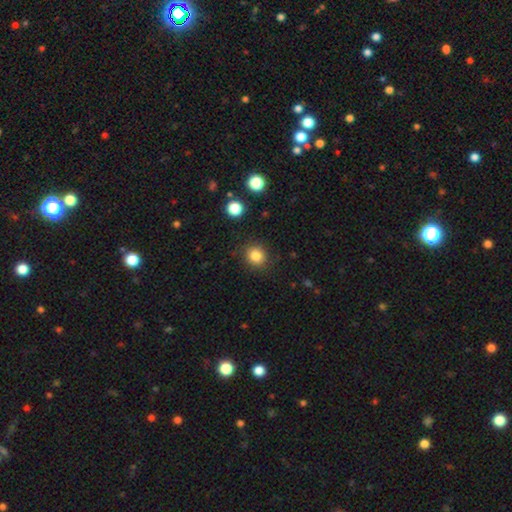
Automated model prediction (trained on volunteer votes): The model was most divided on "how rounded": round: 85%, in between: 14%, cigar-shaped: 1%. More confident: merging — none (89%); smooth or featured — smooth (84%).